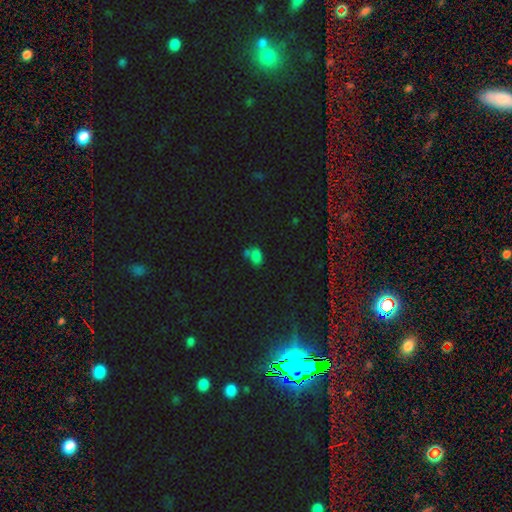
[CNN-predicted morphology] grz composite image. It shows a smooth galaxy with no disk features (72%) that is in between round and cigar-shaped (77%). Merging: none (40%).